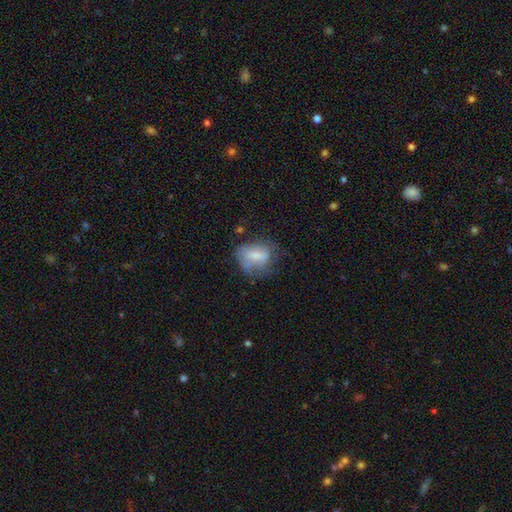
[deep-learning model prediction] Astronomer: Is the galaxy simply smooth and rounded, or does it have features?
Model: smooth — 64%.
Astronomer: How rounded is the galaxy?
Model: in between — 64%.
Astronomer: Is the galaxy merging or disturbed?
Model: none — 43% (runner-up: minor disturbance, 31%).